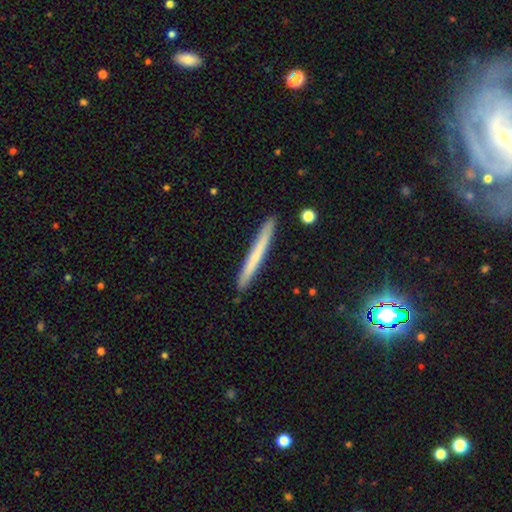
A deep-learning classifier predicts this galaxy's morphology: Smooth or featured? smooth (62%)
How rounded? cigar-shaped (97%)
Merging? none (91%)